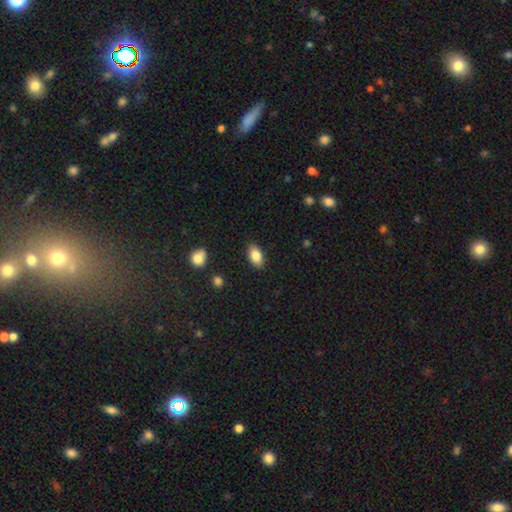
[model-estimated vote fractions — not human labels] A smooth galaxy with no disk features (86%) that is in between round and cigar-shaped (91%). Merging: none (86%).